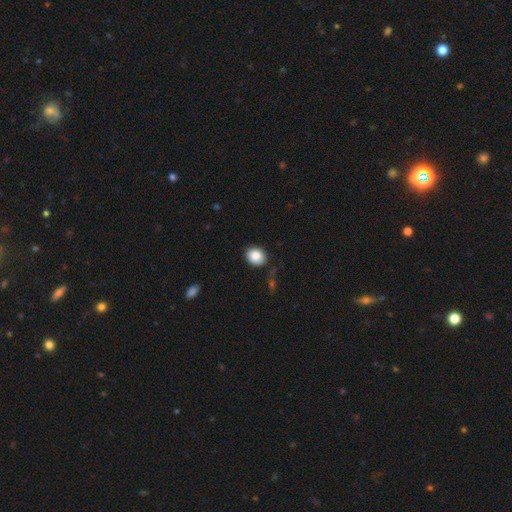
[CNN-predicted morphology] smooth 86%, star or artifact 9%, featured or disk 6%. Down the decision tree: how rounded — round (62%); merging — none (81%).